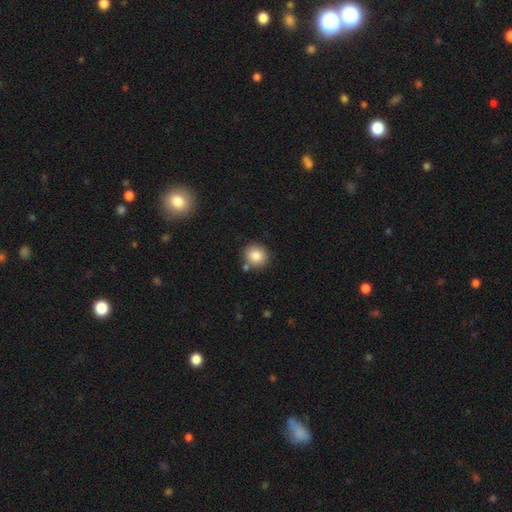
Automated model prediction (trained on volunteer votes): Overall: smooth (85%). How rounded: round (84%). Merging: none (80%).